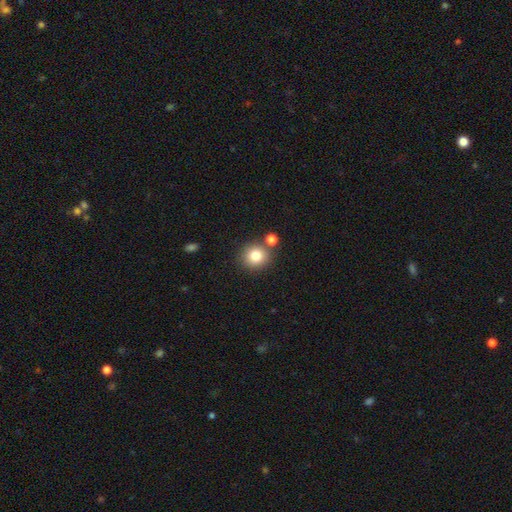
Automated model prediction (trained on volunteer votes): Smooth or featured? Predicted: smooth (p=0.81). How rounded? Predicted: round (p=0.87). Merging? Predicted: none (p=0.75).